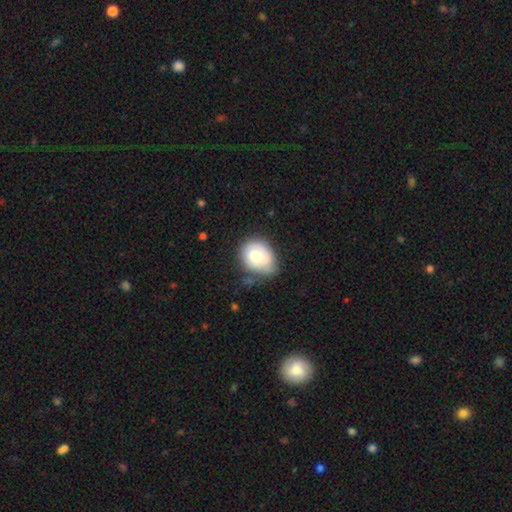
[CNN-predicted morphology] smooth_or_featured: smooth (p=0.70) [alt: featured or disk p=0.23]
how_rounded: round (p=0.56) [alt: in between p=0.43]
merging: none (p=0.49) [alt: minor disturbance p=0.36]